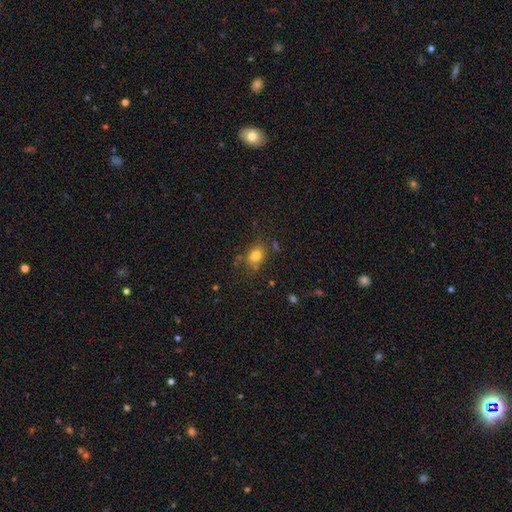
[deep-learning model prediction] Smooth or featured: smooth — 78% (star or artifact — 13%)
How rounded: in between — 61% (round — 37%)
Merging: none — 71% (minor disturbance — 17%)